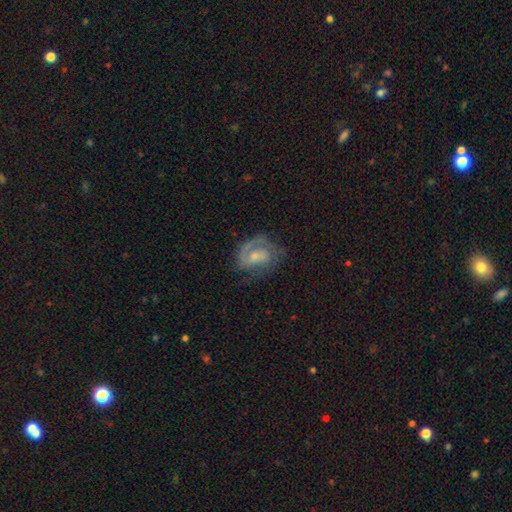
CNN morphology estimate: This is likely a featured or disk galaxy (74%). It is clearly not viewed edge-on (97%). Bar: possibly no (47%). Spiral arm pattern: clearly yes (92%). Spiral arm count: possibly 2 (50%). Spiral winding: marginally medium (43%). Central bulge: marginally small (42%, tied with moderate). Merging: likely none (61%).